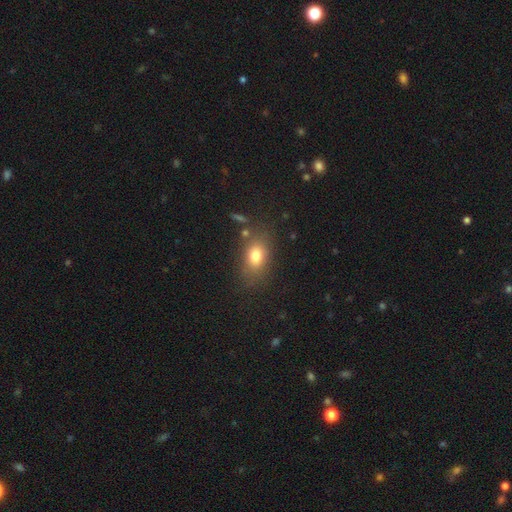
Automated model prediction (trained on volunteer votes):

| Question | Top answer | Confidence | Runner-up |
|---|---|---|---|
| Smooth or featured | smooth | 77% | featured or disk (12%) |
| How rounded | in between | 76% | round (22%) |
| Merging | none | 74% | minor disturbance (15%) |